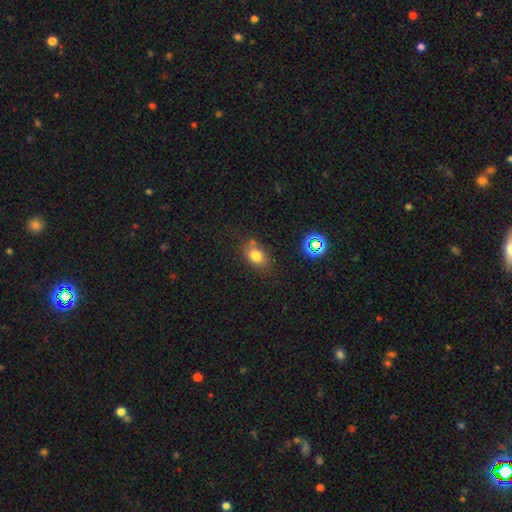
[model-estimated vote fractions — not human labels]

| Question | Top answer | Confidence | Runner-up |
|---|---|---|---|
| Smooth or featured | smooth | 77% | star or artifact (14%) |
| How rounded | in between | 68% | round (30%) |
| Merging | none | 67% | minor disturbance (19%) |